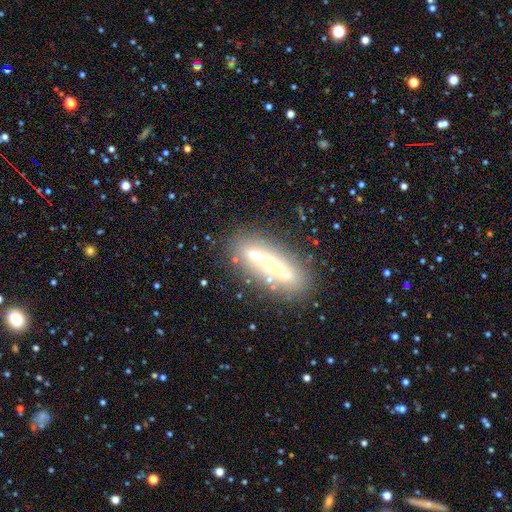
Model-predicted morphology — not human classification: Overall: featured or disk (58%; smooth 27%). Edge-on disk: yes (58%; no 42%). Merging: none (70%).